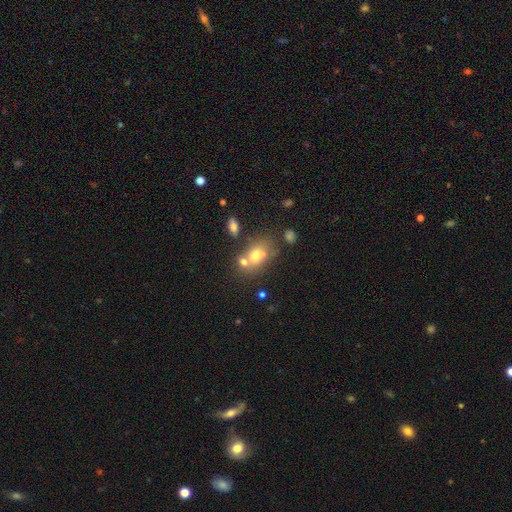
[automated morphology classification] smooth 67%, featured or disk 20%, star or artifact 13%. Down the decision tree: how rounded — in between (59%); merging — none (42%).